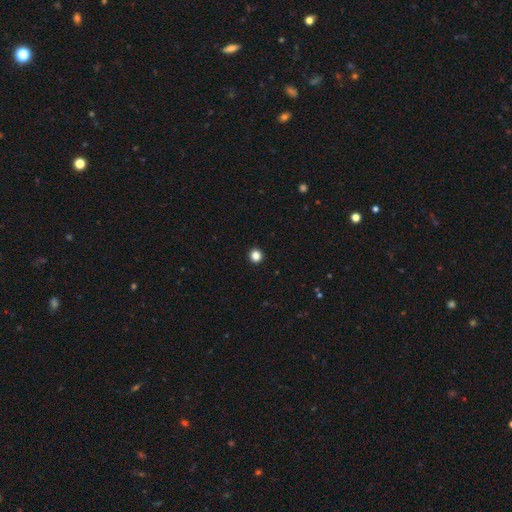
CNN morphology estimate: A smooth galaxy with no disk features (85%) that is round (94%). Merging: none (94%).